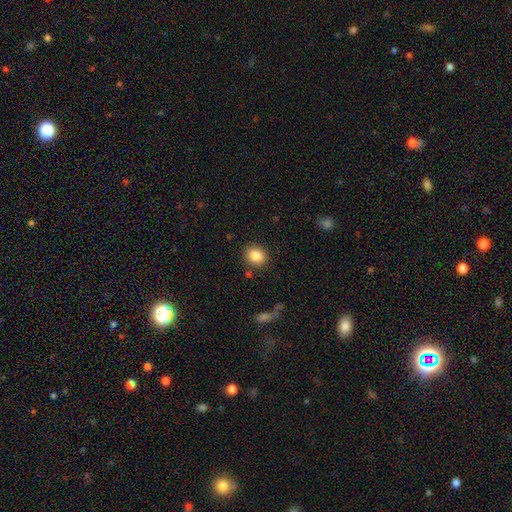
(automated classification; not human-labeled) A smooth galaxy with no disk features (86%) that is round (65%). Merging: none (86%).